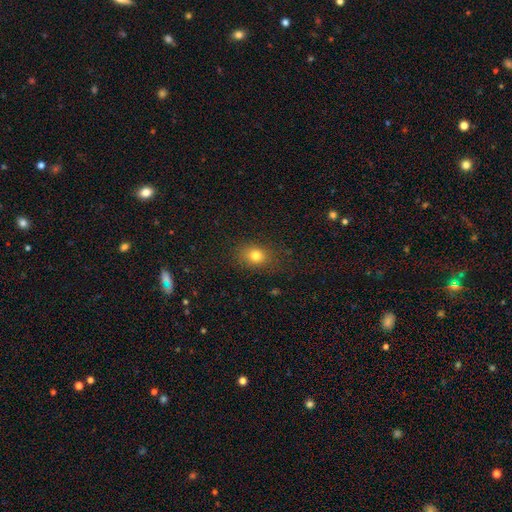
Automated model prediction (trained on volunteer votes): A smooth galaxy with no disk features (78%) that is in between round and cigar-shaped (49%, tied with round).

Vote fractions:
- Smooth or featured? smooth: 78% / star or artifact: 14% / featured or disk: 8%
- How rounded? in between: 49% (tied) / round: 49% (tied) / cigar-shaped: 1%
- Merging? none: 82% / minor disturbance: 13% / major disturbance: 4% / merger: 1%